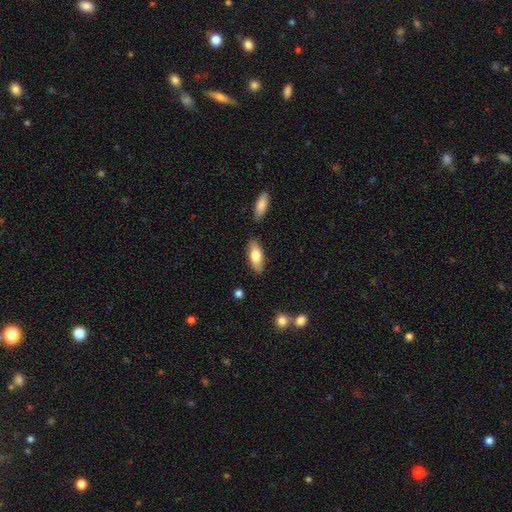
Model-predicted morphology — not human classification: A smooth galaxy with no disk features (76%) that is in between round and cigar-shaped (78%).

Vote fractions:
- Smooth or featured? smooth: 76% / featured or disk: 18% / star or artifact: 6%
- How rounded? in between: 78% / cigar-shaped: 19% / round: 2%
- Merging? none: 82% / minor disturbance: 12% / merger: 4% / major disturbance: 2%